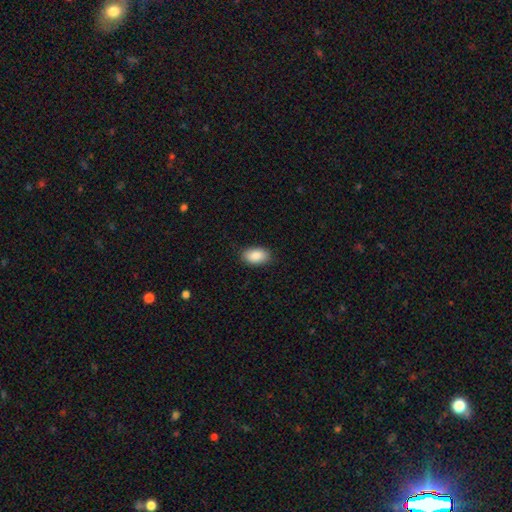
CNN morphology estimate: smooth_or_featured: smooth (p=0.89) [alt: star or artifact p=0.07]
how_rounded: in between (p=0.93) [alt: round p=0.06]
merging: none (p=0.87) [alt: minor disturbance p=0.10]